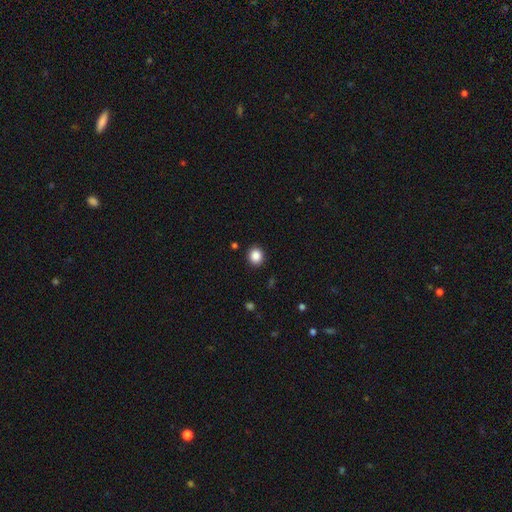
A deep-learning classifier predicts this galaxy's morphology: Smooth or featured?
  - smooth: 87% *
  - star or artifact: 10%
  - featured or disk: 3%
How rounded?
  - round: 83% *
  - in between: 16%
  - cigar-shaped: 1%
Merging?
  - none: 90% *
  - minor disturbance: 7%
  - major disturbance: 2%
  - merger: 1%